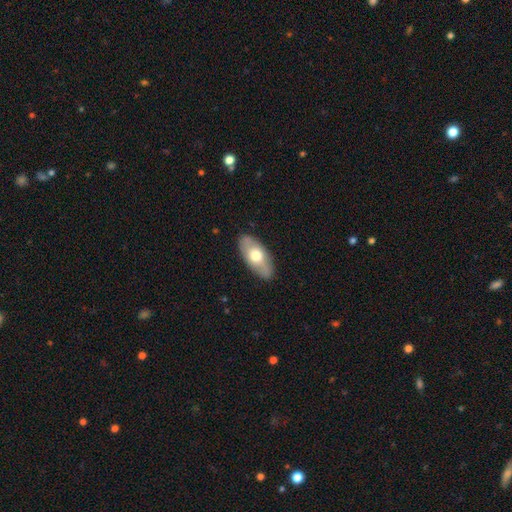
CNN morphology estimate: Smooth or featured: smooth — 61% (featured or disk — 34%)
How rounded: in between — 90% (cigar-shaped — 7%)
Merging: none — 85% (minor disturbance — 11%)